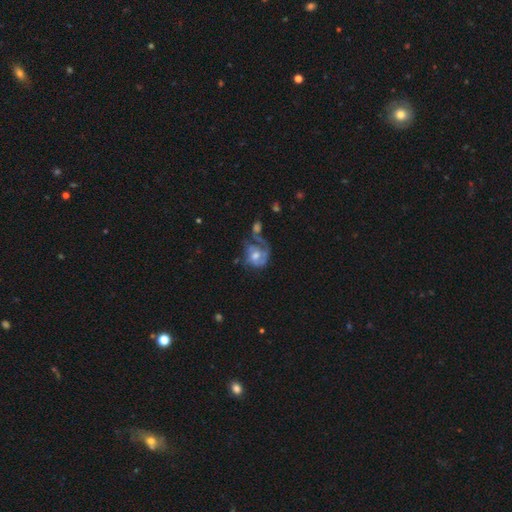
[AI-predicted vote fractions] Smooth or featured? Predicted: featured or disk (p=0.64). Edge-on disk? Predicted: no (p=0.97). Bar? Predicted: no (p=0.72). Spiral arms? Predicted: yes (p=0.67). Bulge size? Predicted: moderate (p=0.64). Merging? Predicted: major disturbance (p=0.33).